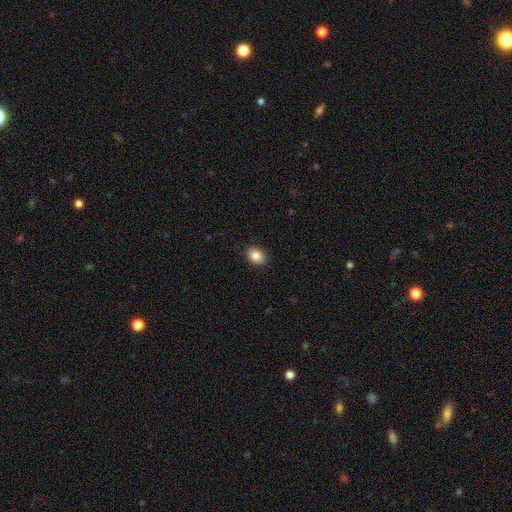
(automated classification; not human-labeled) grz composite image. It shows a smooth galaxy with no disk features (88%) that is in between round and cigar-shaped (74%). Merging: none (89%).